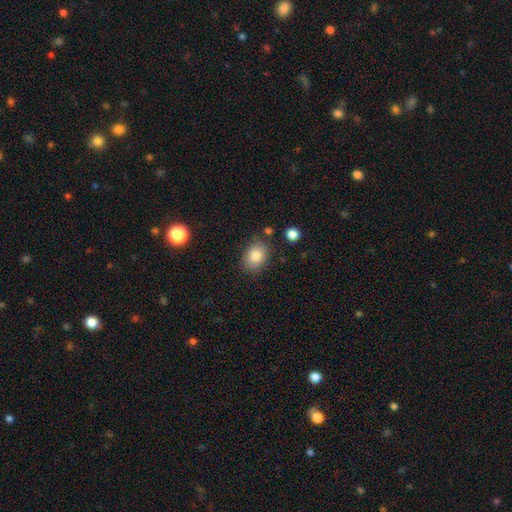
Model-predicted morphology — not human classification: Overall: smooth (82%). How rounded: in between (68%; round 31%). Merging: none (81%).